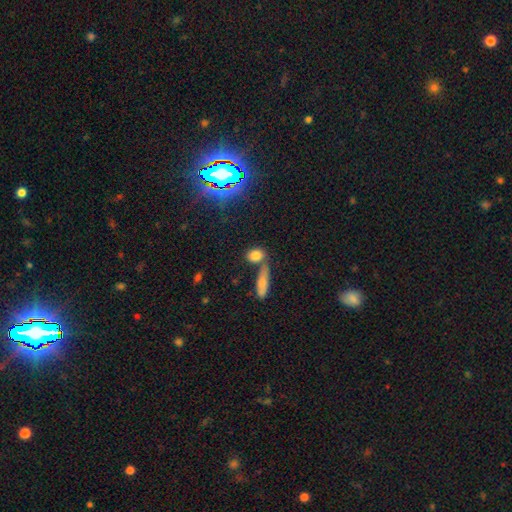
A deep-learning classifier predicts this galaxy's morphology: smooth_or_featured: smooth (p=0.76) [alt: star or artifact p=0.15]
how_rounded: in between (p=0.52) [alt: round p=0.38]
merging: none (p=0.59) [alt: merger p=0.25]